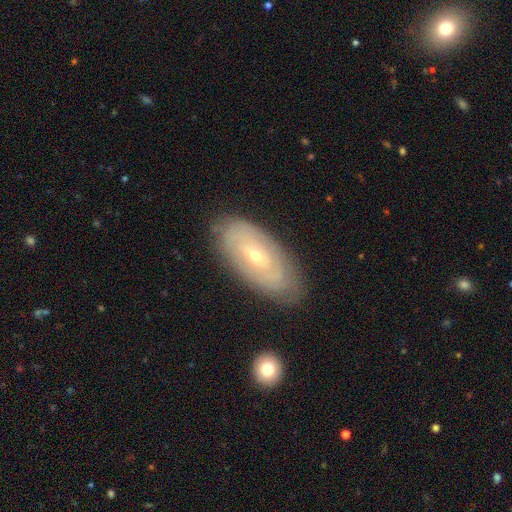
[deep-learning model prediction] This appears to be a featured or disk galaxy (65%) with no bar (57%), spiral arms (58%) and a small central bulge (65%). Merging: none (80%).